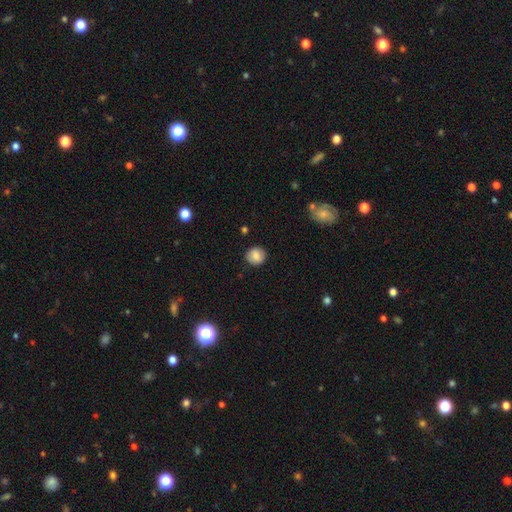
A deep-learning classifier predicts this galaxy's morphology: This appears to be a smooth galaxy with no disk features (79%) that is round (85%). Merging: none (87%).